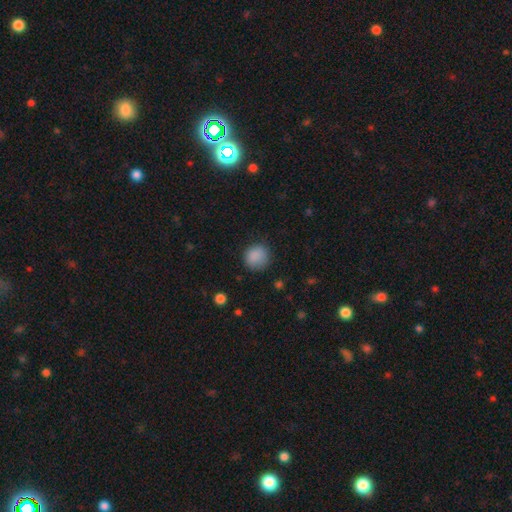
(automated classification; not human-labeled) This appears to be a smooth galaxy with no disk features (86%) that is round (86%). Merging: none (79%).